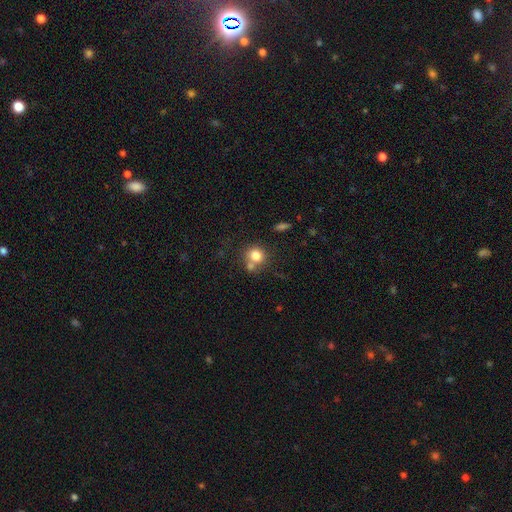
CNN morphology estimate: Smooth or featured? smooth (79%)
How rounded? round (83%)
Merging? none (55%)